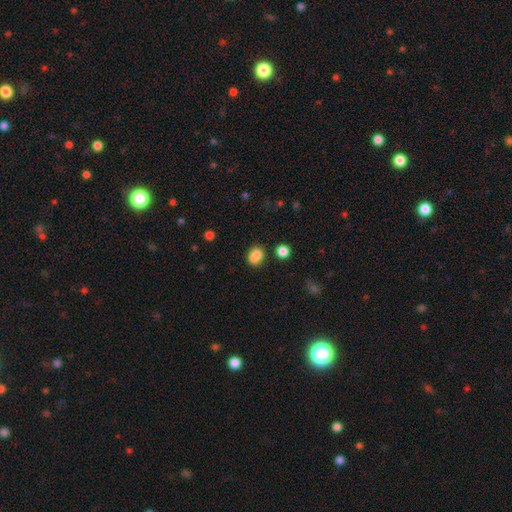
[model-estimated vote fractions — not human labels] Morphology: type=smooth (78%); roundness=round (61%); merging=none (50%).